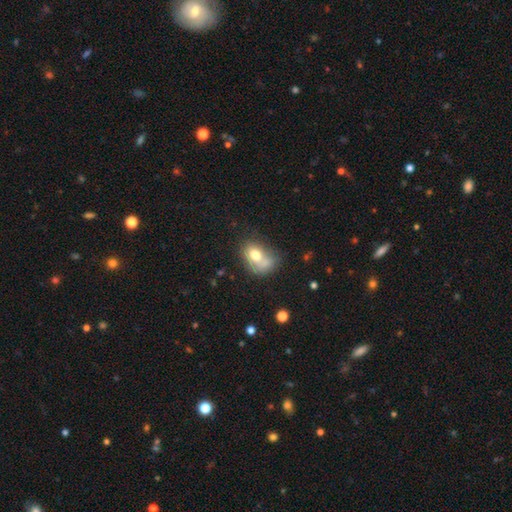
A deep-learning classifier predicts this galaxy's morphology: smooth 71%, featured or disk 19%, star or artifact 10%. Down the decision tree: how rounded — in between (69%); merging — merger (32%).